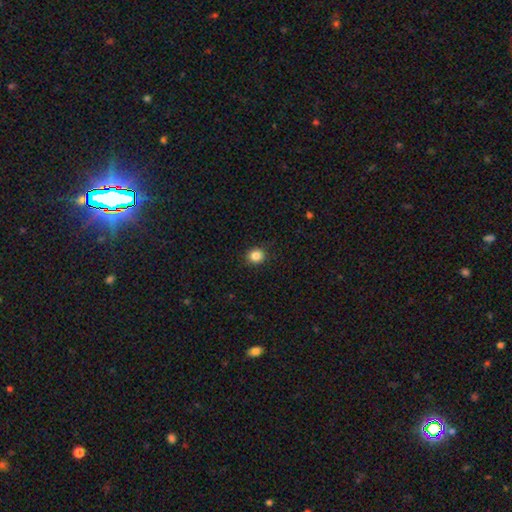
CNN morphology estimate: smooth_or_featured: smooth (p=0.86) [alt: star or artifact p=0.11]
how_rounded: round (p=0.86) [alt: in between p=0.13]
merging: none (p=0.90) [alt: minor disturbance p=0.07]